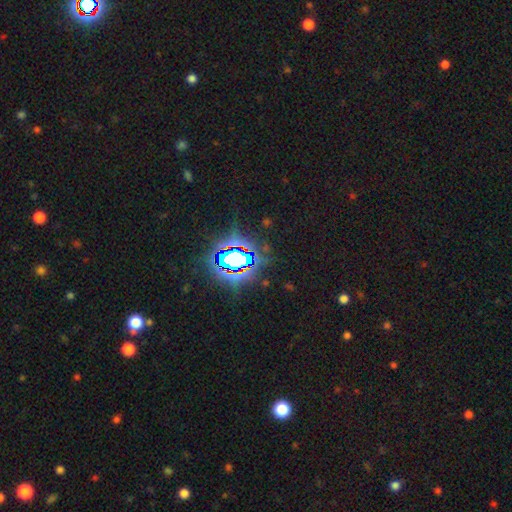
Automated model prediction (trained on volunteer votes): Morphology: type=star or artifact (82%).